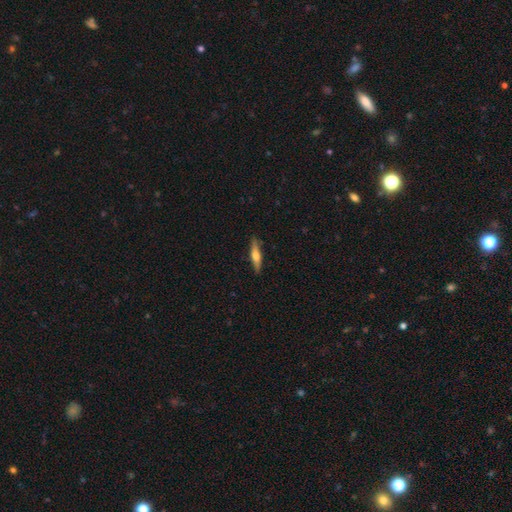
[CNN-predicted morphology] A featured or disk galaxy (47%, tied with smooth).

Vote fractions:
- Smooth or featured? featured or disk: 47% (tied) / smooth: 47% (tied) / star or artifact: 6%
- Merging? none: 88% / minor disturbance: 9% / major disturbance: 2% / merger: 1%